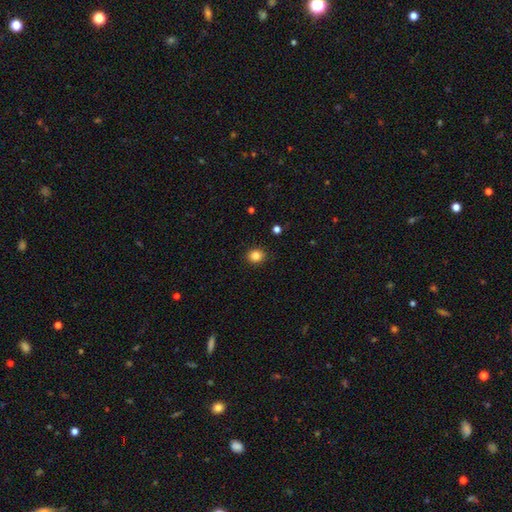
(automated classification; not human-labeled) Morphology: type=smooth (84%); roundness=round (79%); merging=none (91%).